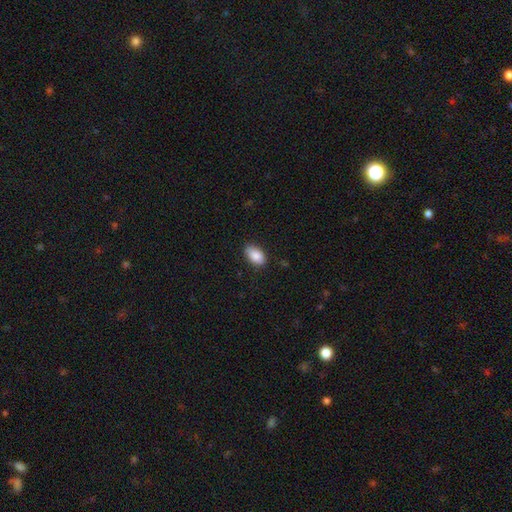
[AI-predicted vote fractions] Smooth or featured?
  - smooth: 88% *
  - star or artifact: 7%
  - featured or disk: 5%
How rounded?
  - in between: 92% *
  - round: 6%
  - cigar-shaped: 2%
Merging?
  - none: 82% *
  - minor disturbance: 14%
  - major disturbance: 2%
  - merger: 1%